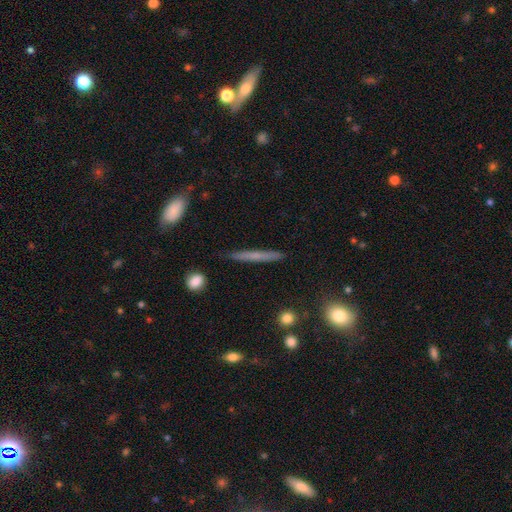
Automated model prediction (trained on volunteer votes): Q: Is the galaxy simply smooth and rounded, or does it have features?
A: smooth — 52%.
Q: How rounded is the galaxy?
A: cigar-shaped — 93%.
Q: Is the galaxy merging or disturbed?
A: none — 88%.